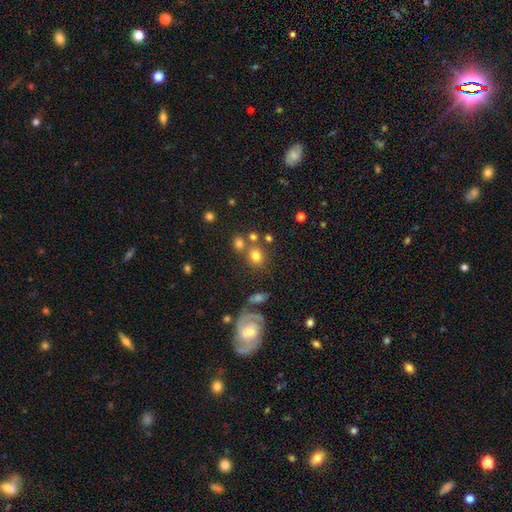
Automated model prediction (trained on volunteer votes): Morphology: type=smooth (73%); roundness=round (79%); merging=none (65%).